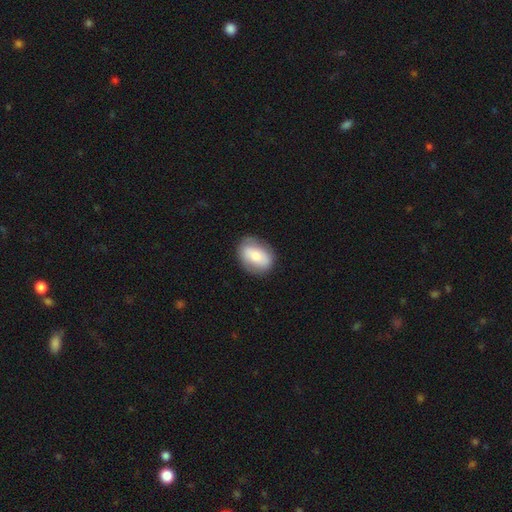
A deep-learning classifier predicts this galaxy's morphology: The model was most divided on "smooth or featured": smooth: 67%, featured or disk: 26%, star or artifact: 7%. More confident: merging — none (81%); how rounded — in between (74%).